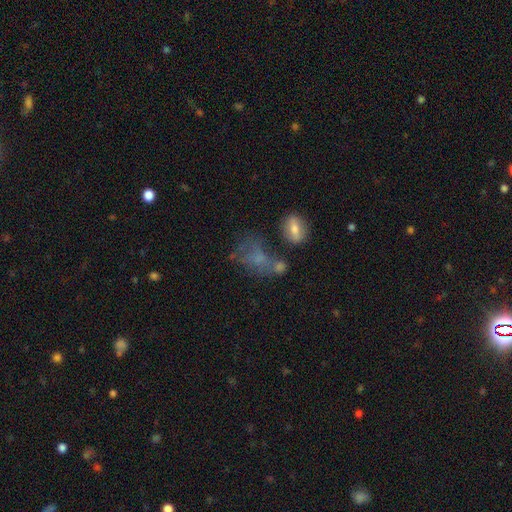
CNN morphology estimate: type=smooth (53%); roundness=in between (74%); merging=none (31%).